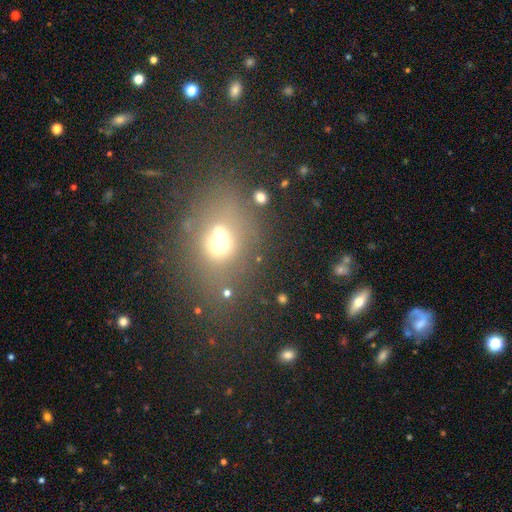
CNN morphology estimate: Overall: smooth (54%; star or artifact 32%). How rounded: in between (56%; round 41%). Merging: none (78%).